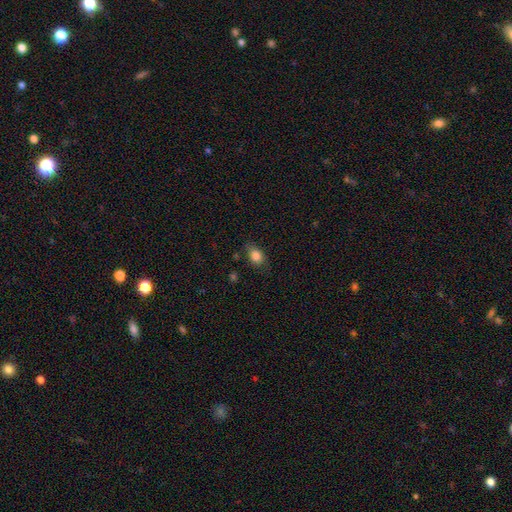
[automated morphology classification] Smooth or featured?
  - smooth: 84% *
  - star or artifact: 9%
  - featured or disk: 6%
How rounded?
  - in between: 74% *
  - round: 24%
  - cigar-shaped: 2%
Merging?
  - none: 73% *
  - minor disturbance: 20%
  - major disturbance: 5%
  - merger: 2%